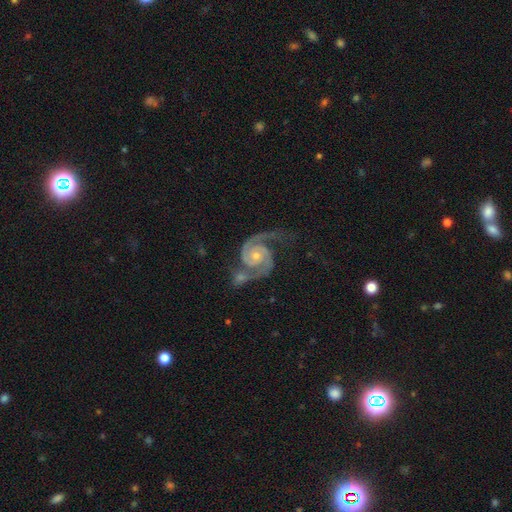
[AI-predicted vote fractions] Smooth or featured: featured or disk — 93% (star or artifact — 5%)
Edge-on disk: no — 98% (yes — 2%)
Bar: no — 70% (weak — 23%)
Spiral arms: yes — 99% (no — 1%)
Spiral winding: medium — 51% (tight — 38%)
Spiral arm count: 2 — 92% (3 — 3%)
Bulge size: small — 61% (moderate — 35%)
Merging: none — 54% (merger — 20%)